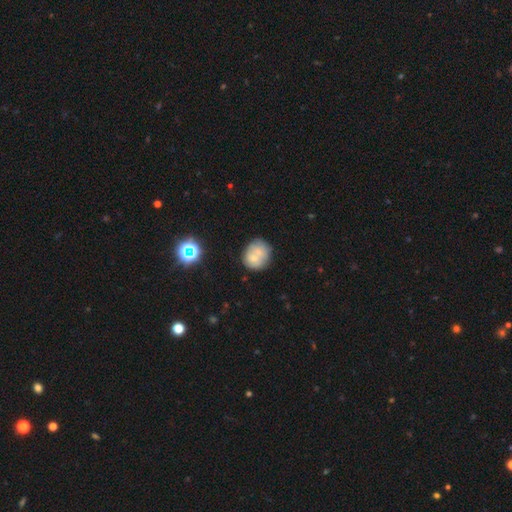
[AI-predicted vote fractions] Smooth or featured?
  - smooth: 62% *
  - featured or disk: 27%
  - star or artifact: 11%
How rounded?
  - round: 78% *
  - in between: 21%
  - cigar-shaped: 1%
Merging?
  - none: 49% *
  - merger: 32%
  - minor disturbance: 14%
  - major disturbance: 5%